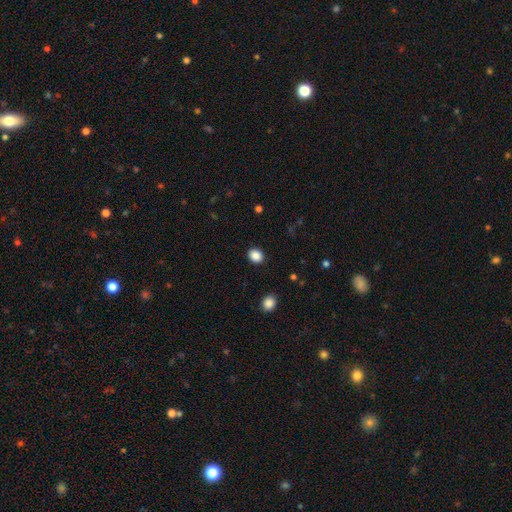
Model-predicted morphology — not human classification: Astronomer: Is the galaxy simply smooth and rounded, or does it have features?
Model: smooth — 87%.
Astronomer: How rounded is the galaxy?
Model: round — 64%.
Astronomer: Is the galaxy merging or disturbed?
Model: none — 90%.